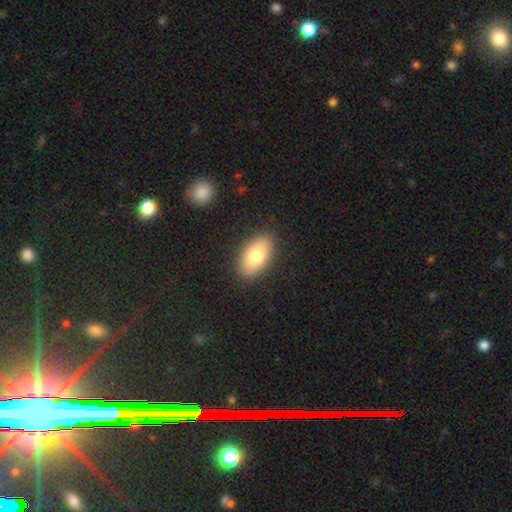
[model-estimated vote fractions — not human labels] smooth_or_featured: smooth (p=0.77) [alt: featured or disk p=0.16]
how_rounded: in between (p=0.92) [alt: round p=0.05]
merging: none (p=0.87) [alt: minor disturbance p=0.09]